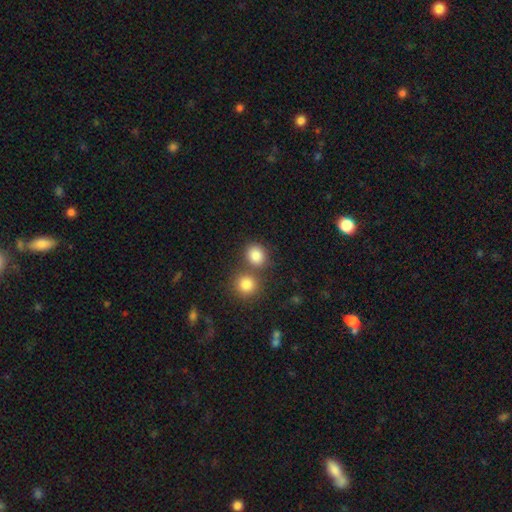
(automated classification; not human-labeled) Overall: smooth (84%). How rounded: round (73%). Merging: none (62%; merger 26%).